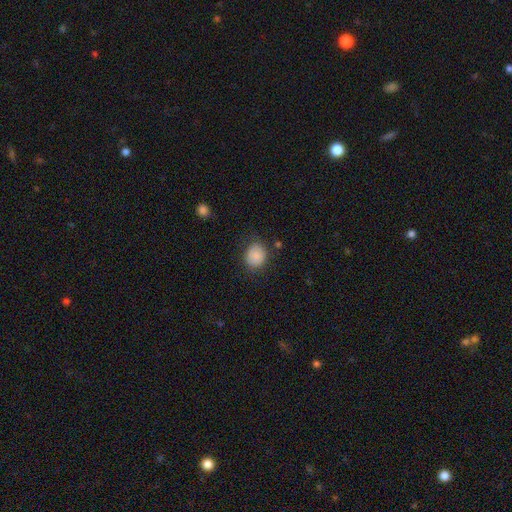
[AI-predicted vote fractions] Smooth or featured: smooth — 85% (star or artifact — 8%)
How rounded: round — 71% (in between — 28%)
Merging: none — 76% (minor disturbance — 17%)